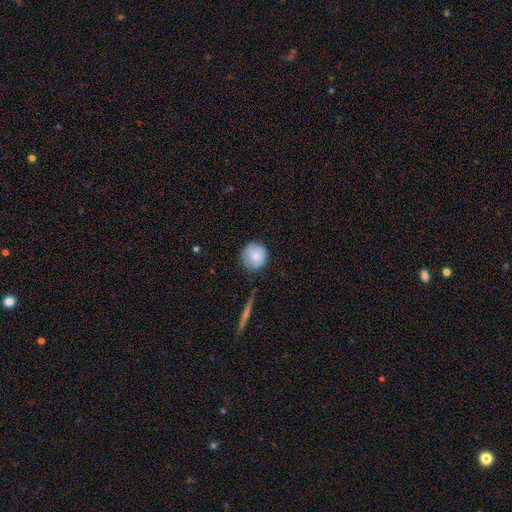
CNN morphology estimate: Smooth or featured?
  - smooth: 81% *
  - featured or disk: 12%
  - star or artifact: 8%
How rounded?
  - round: 93% *
  - in between: 6%
  - cigar-shaped: 1%
Merging?
  - none: 78% *
  - minor disturbance: 17%
  - major disturbance: 3%
  - merger: 2%